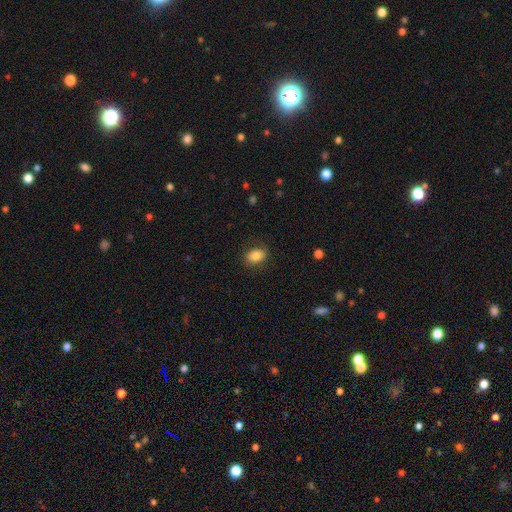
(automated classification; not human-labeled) Q: Smooth or featured?
A: smooth (83%); runner-up: featured or disk (9%)
Q: How rounded?
A: in between (81%); runner-up: round (18%)
Q: Merging?
A: none (80%); runner-up: minor disturbance (14%)